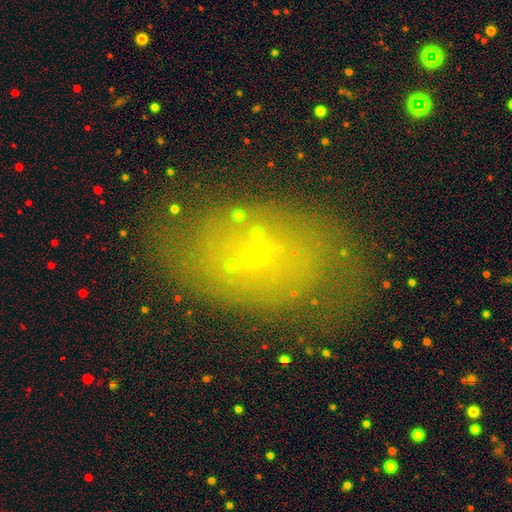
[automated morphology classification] Overall: smooth (42%; featured or disk 35%). Merging: none (73%).